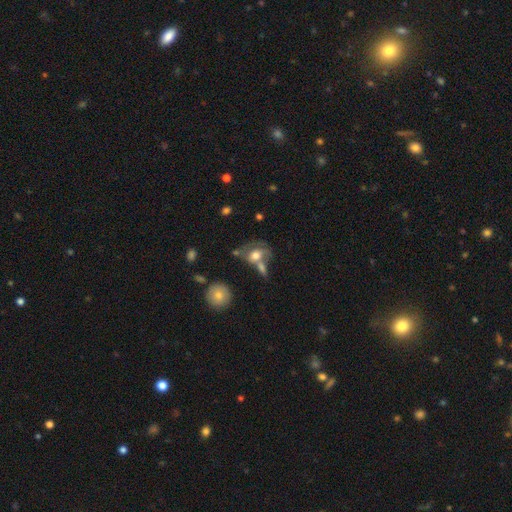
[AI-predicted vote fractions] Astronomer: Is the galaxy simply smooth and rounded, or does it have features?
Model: smooth — 52% (runner-up: featured or disk, 39%).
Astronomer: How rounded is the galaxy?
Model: in between — 63%.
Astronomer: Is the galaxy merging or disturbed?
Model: merger — 39% (runner-up: none, 30%).